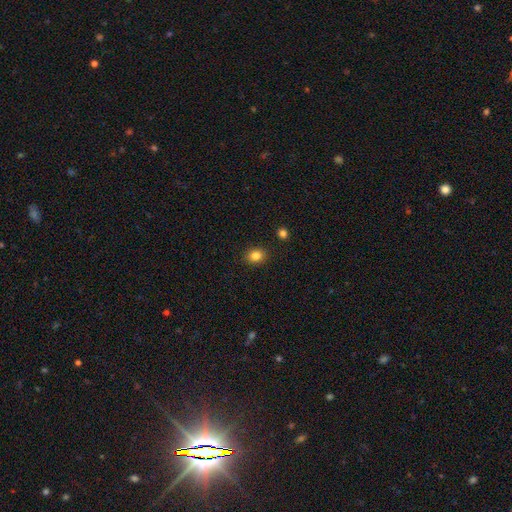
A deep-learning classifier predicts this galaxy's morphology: A smooth galaxy with no disk features (84%) that is round (60%). Merging: none (89%).